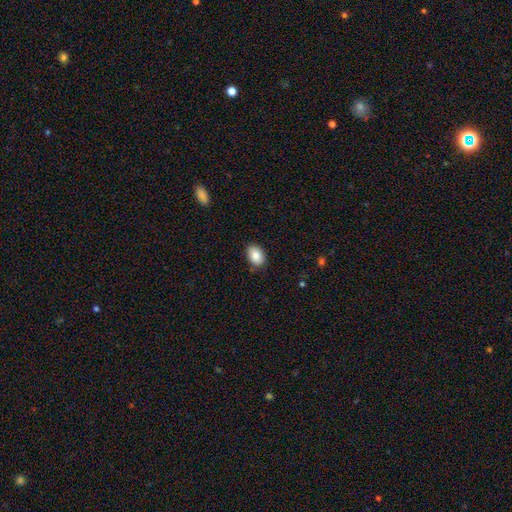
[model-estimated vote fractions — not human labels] This appears to be a smooth galaxy with no disk features (87%) that is in between round and cigar-shaped (84%). Merging: none (86%).